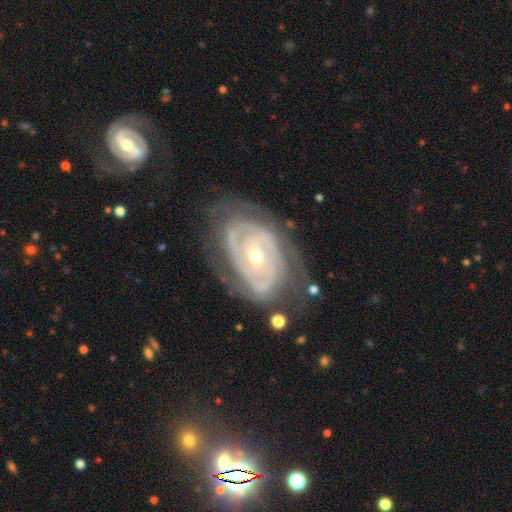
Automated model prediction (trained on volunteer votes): smooth-or-featured: featured or disk: 88% | smooth: 7% | star or artifact: 5%
  disk-edge-on: no: 96% | yes: 4%
    bar: no: 56% | weak: 29% | strong: 15%
    has-spiral-arms: yes: 93% | no: 7%
      spiral-winding: tight: 72% | medium: 23% | loose: 5%
      spiral-arm-count: 2: 38% | can't tell: 29% | 3: 18% | 4: 7% | 1: 5% | more than 4: 4%
    bulge-size: small: 55% | moderate: 42% | large: 1% | none: 1% | dominant: 1%
  merging: none: 65% | minor disturbance: 21% | major disturbance: 11% | merger: 2%